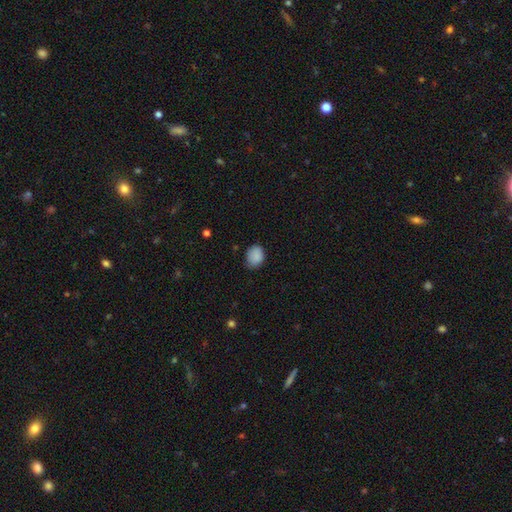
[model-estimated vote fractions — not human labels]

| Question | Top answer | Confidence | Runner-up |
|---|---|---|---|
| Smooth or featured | smooth | 87% | star or artifact (9%) |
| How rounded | round | 50% | in between (49%) |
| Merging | none | 69% | minor disturbance (26%) |